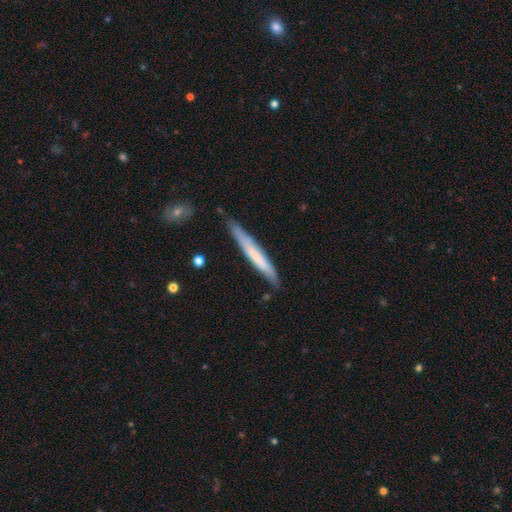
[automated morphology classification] Smooth or featured: smooth — 55% (featured or disk — 39%)
How rounded: cigar-shaped — 95% (in between — 4%)
Merging: none — 76% (minor disturbance — 19%)